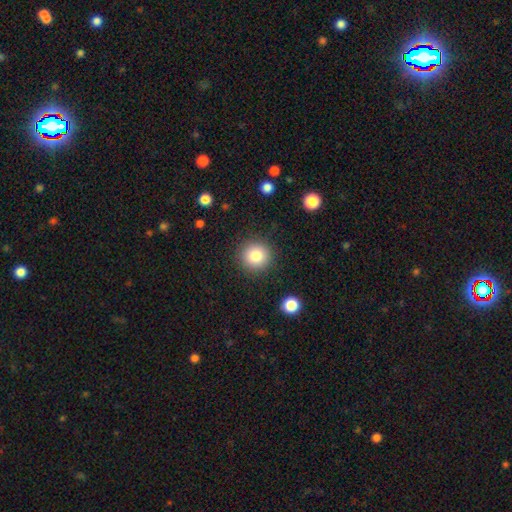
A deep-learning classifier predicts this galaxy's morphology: This appears to be a smooth galaxy with no disk features (82%) that is round (94%). Merging: none (89%).